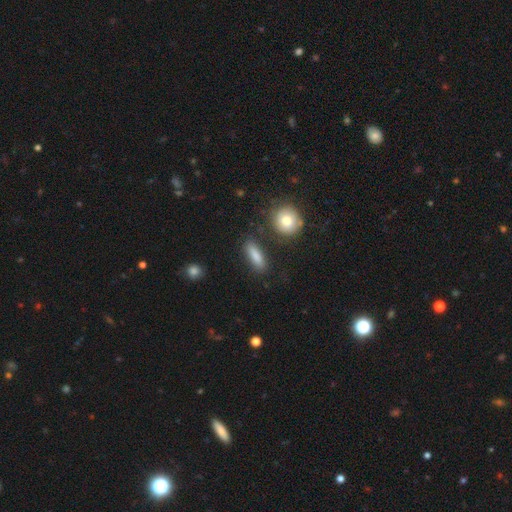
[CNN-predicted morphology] Q: Smooth or featured?
A: smooth (82%); runner-up: featured or disk (11%)
Q: How rounded?
A: cigar-shaped (49%); runner-up: in between (46%)
Q: Merging?
A: none (83%); runner-up: minor disturbance (11%)